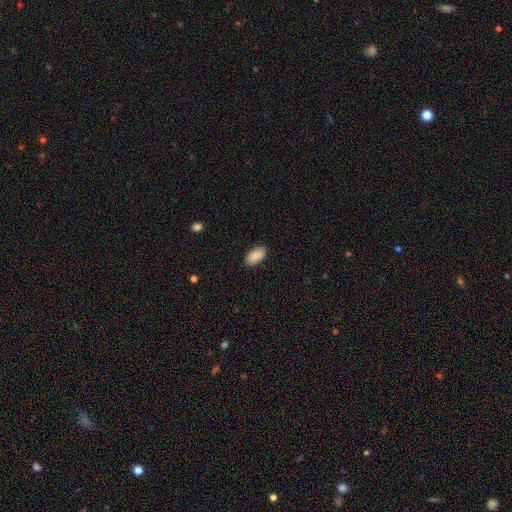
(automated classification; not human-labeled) Overall: smooth (89%). How rounded: in between (95%). Merging: none (87%).